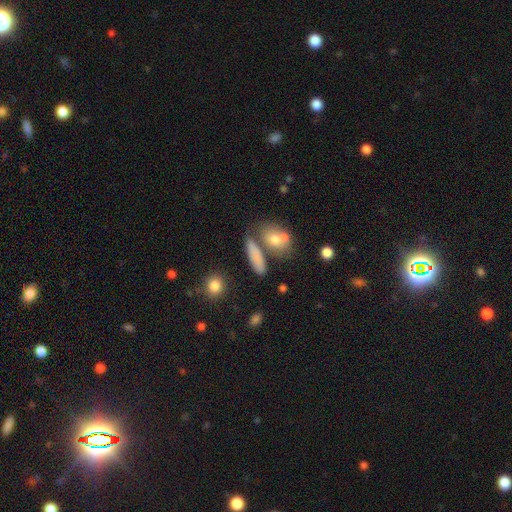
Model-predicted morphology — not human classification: smooth_or_featured: smooth (p=0.75) [alt: featured or disk p=0.17]
how_rounded: in between (p=0.48) [alt: cigar-shaped p=0.40]
merging: none (p=0.53) [alt: merger p=0.25]